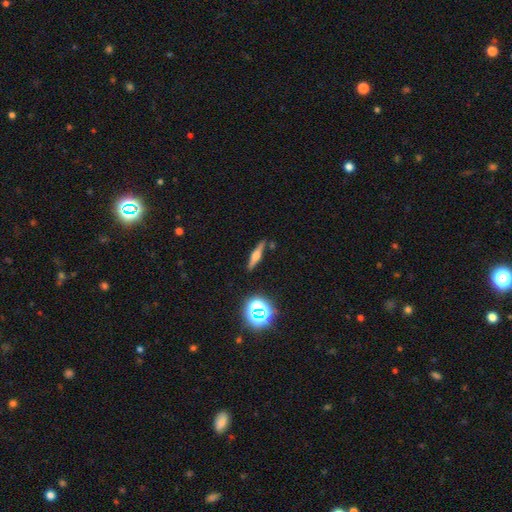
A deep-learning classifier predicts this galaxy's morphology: This appears to be a featured or disk galaxy (59%) viewed edge-on (96%) with a rounded central bulge (85%). Merging: none (88%).